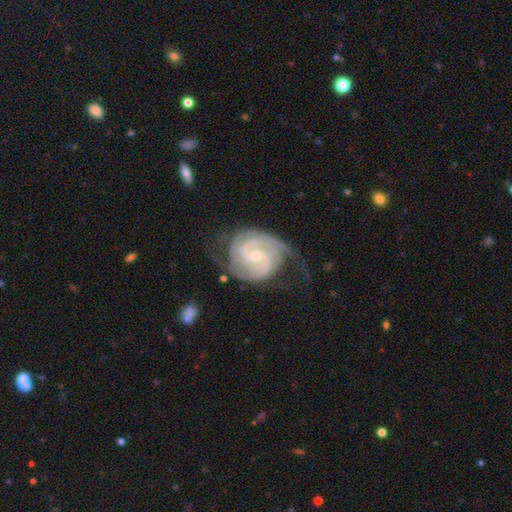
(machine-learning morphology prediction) smooth-or-featured: featured or disk: 91% | star or artifact: 4% | smooth: 4%
  disk-edge-on: no: 98% | yes: 2%
    bar: no: 44% | weak: 43% | strong: 13%
    has-spiral-arms: yes: 98% | no: 2%
      spiral-winding: tight: 65% | medium: 29% | loose: 6%
      spiral-arm-count: 2: 65% | 3: 14% | can't tell: 10% | 4: 4% | 1: 3% | more than 4: 3%
    bulge-size: small: 61% | moderate: 34% | none: 2% | large: 1% | dominant: 1%
  merging: none: 61% | minor disturbance: 22% | major disturbance: 15% | merger: 2%